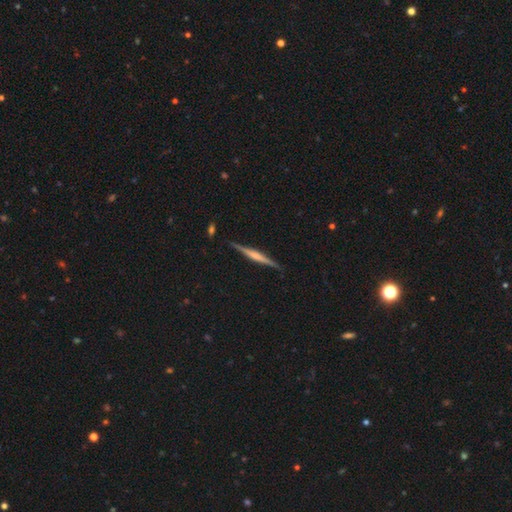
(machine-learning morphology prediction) A featured or disk galaxy (69%) viewed edge-on (98%) with a rounded central bulge (47%). Merging: none (88%).